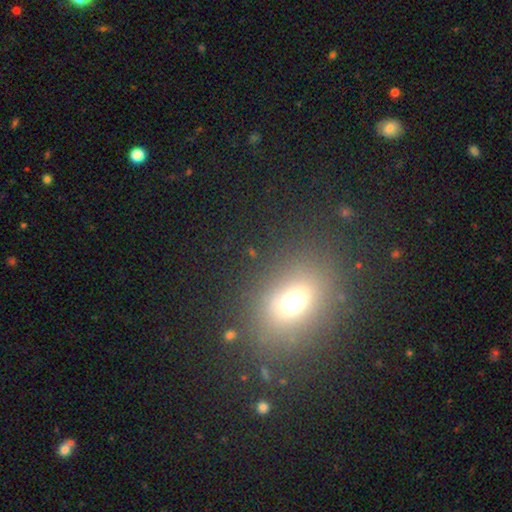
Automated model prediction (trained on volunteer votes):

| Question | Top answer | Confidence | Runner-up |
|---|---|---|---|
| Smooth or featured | smooth | 63% | star or artifact (23%) |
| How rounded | in between | 68% | round (29%) |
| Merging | none | 84% | minor disturbance (9%) |